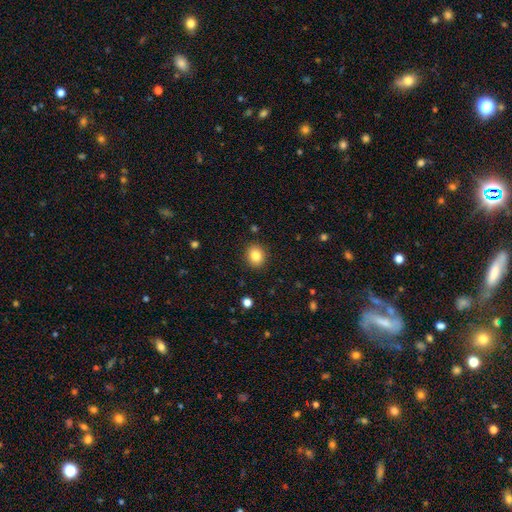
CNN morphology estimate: The model was most divided on "how rounded": round: 75%, in between: 24%, cigar-shaped: 1%. More confident: merging — none (90%); smooth or featured — smooth (84%).